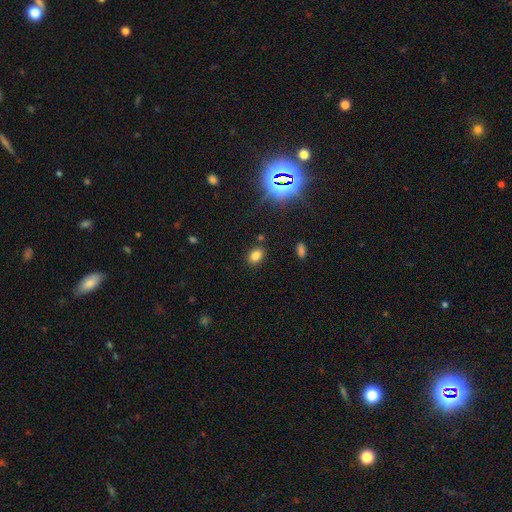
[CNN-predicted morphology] This appears to be a smooth galaxy with no disk features (77%) that is in between round and cigar-shaped (69%). Merging: none (83%).